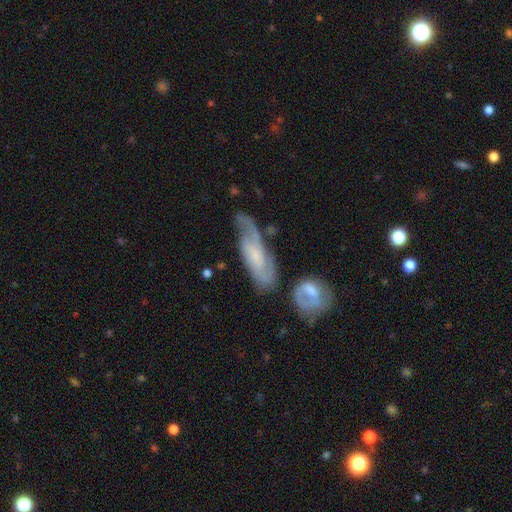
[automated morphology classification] A featured or disk galaxy (65%) with no bar (58%), spiral arms (89%) and a small central bulge (46%).

Vote fractions:
- Smooth or featured? featured or disk: 65% / smooth: 28% / star or artifact: 7%
- Edge-on disk? no: 83% / yes: 17%
- Bar? no: 58% / weak: 35% / strong: 7%
- Spiral arms? yes: 89% / no: 11%
- Bulge size? small: 46% / moderate: 26% / none: 22% / large: 5% / dominant: 2%
- Merging? none: 51% / minor disturbance: 25% / major disturbance: 13% / merger: 11%